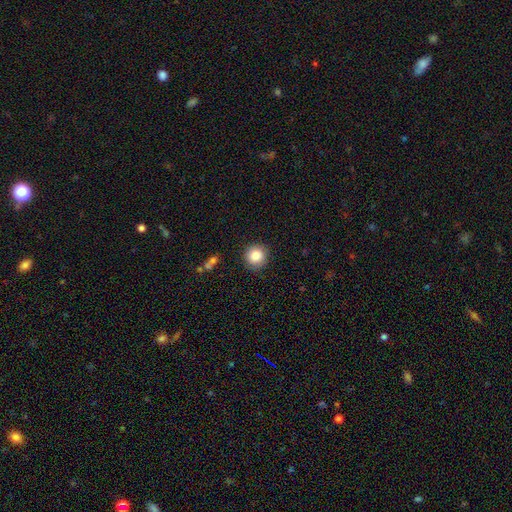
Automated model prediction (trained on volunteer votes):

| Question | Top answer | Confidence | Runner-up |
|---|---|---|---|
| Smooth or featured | smooth | 85% | star or artifact (9%) |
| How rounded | round | 92% | in between (7%) |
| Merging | none | 86% | minor disturbance (10%) |